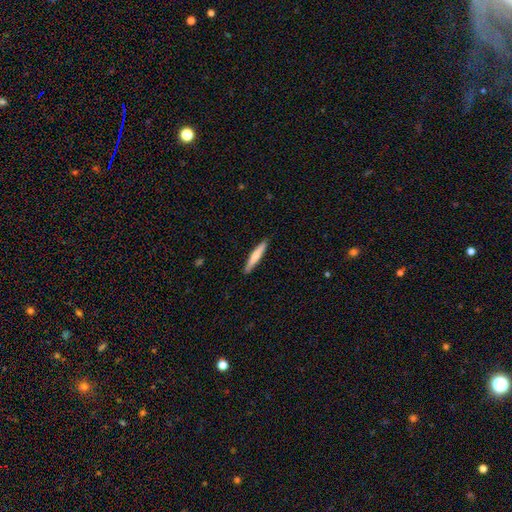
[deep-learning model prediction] This is likely a smooth galaxy (64%). How rounded: clearly cigar-shaped (93%). Merging: clearly none (89%).